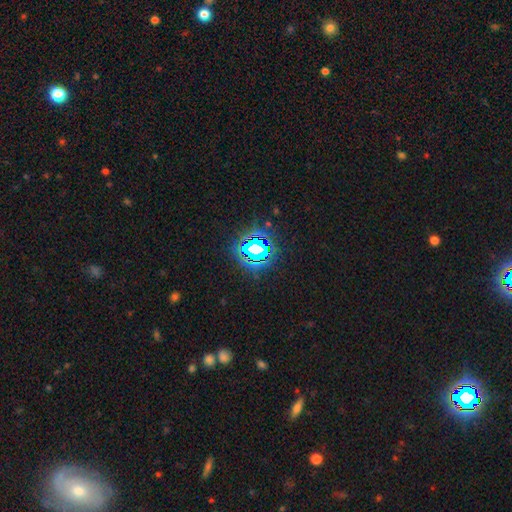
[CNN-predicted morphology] Smooth or featured: star or artifact — 75% (smooth — 15%)